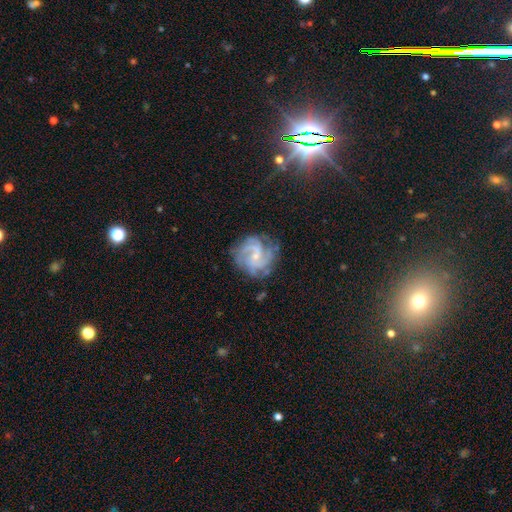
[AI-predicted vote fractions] A featured or disk galaxy (86%) with no bar (51%), 3 (32%) tight (45%) spiral arms (97%) and a small central bulge (72%).

Vote fractions:
- Smooth or featured? featured or disk: 86% / smooth: 8% / star or artifact: 6%
- Edge-on disk? no: 98% / yes: 2%
- Bar? no: 51% / weak: 41% / strong: 8%
- Spiral arms? yes: 97% / no: 3%
- Spiral winding? tight: 45% / medium: 44% / loose: 11%
- Spiral arm count? 3: 32% / 2: 29% / can't tell: 17% / 4: 10% / more than 4: 6% / 1: 6%
- Bulge size? small: 72% / moderate: 21% / none: 5% / large: 1% / dominant: 1%
- Merging? none: 72% / minor disturbance: 18% / major disturbance: 8% / merger: 2%